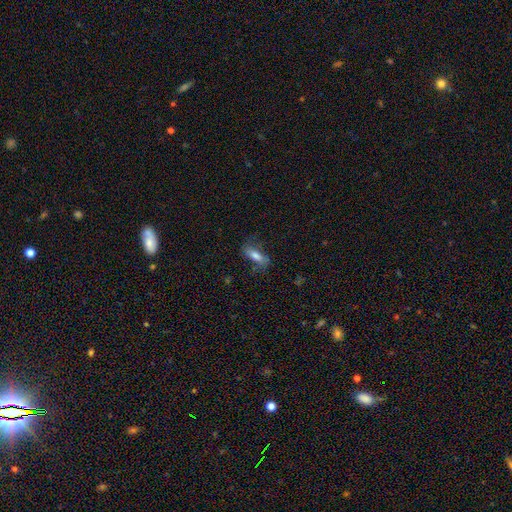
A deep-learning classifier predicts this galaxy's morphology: Smooth or featured: smooth — 68% (featured or disk — 24%)
How rounded: in between — 66% (cigar-shaped — 31%)
Merging: none — 67% (minor disturbance — 21%)